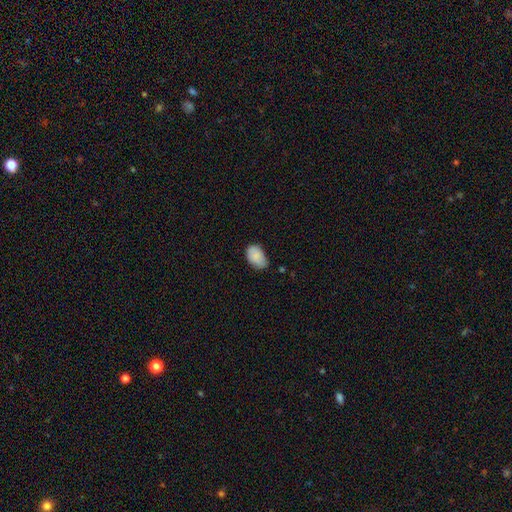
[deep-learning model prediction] Morphology: type=smooth (87%); roundness=in between (90%); merging=none (58%).